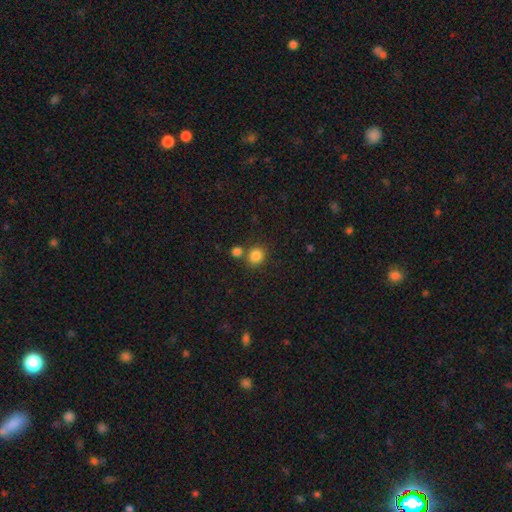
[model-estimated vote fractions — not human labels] Morphology: type=smooth (84%); roundness=round (79%); merging=none (69%).